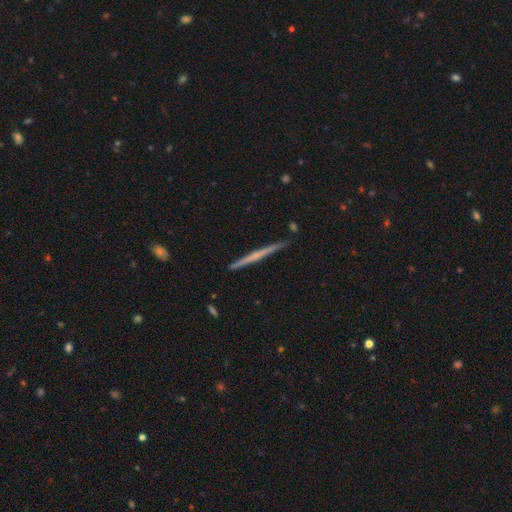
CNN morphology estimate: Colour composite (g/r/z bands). It shows a featured or disk galaxy (64%) viewed edge-on (98%) with no central bulge (63%). Merging: none (90%).